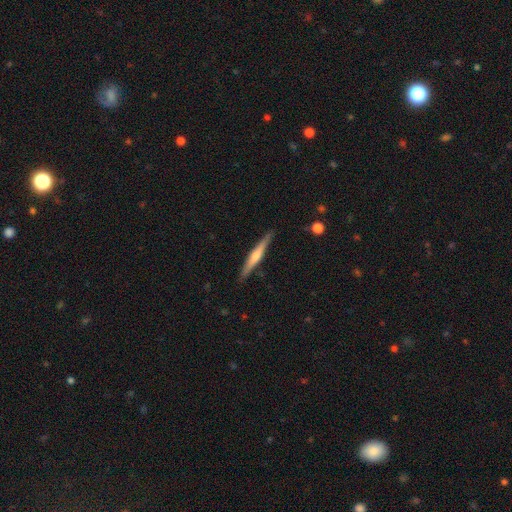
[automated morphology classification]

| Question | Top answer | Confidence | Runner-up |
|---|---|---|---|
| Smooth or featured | featured or disk | 64% | smooth (30%) |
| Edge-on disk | yes | 98% | no (2%) |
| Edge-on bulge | rounded | 73% | none (15%) |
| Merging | none | 90% | minor disturbance (8%) |